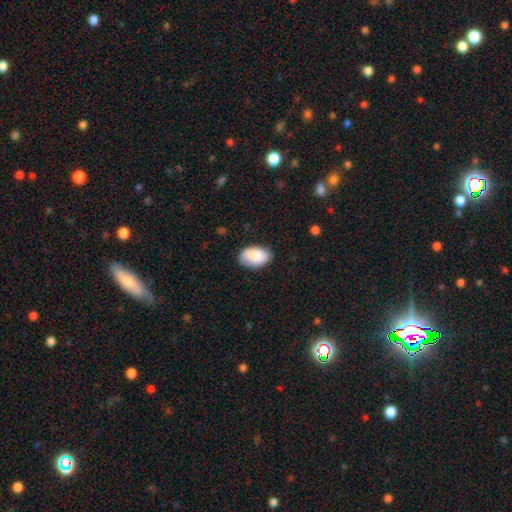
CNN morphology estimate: This appears to be a smooth galaxy with no disk features (87%) that is in between round and cigar-shaped (90%). Merging: none (81%).